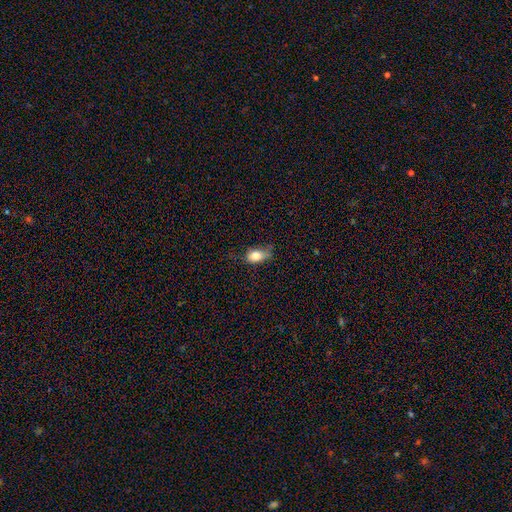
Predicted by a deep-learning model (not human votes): This is likely a smooth galaxy (78%). How rounded: clearly in between (82%). Merging: marginally none (39%).